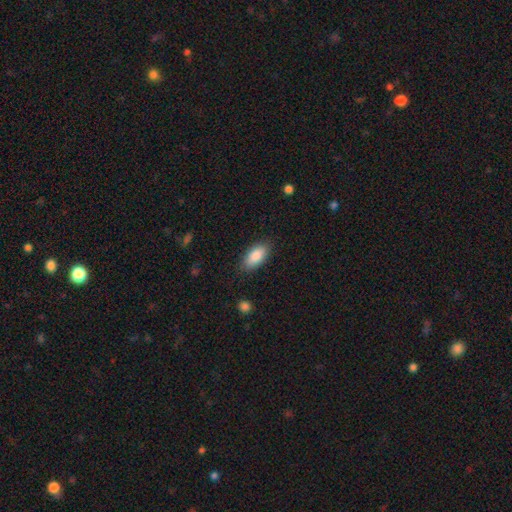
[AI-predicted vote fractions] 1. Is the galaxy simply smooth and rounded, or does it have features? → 87% smooth, 7% featured or disk, 6% star or artifact.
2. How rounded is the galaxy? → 90% in between, 7% cigar-shaped, 2% round.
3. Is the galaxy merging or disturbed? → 85% none, 11% minor disturbance, 3% major disturbance, 1% merger.